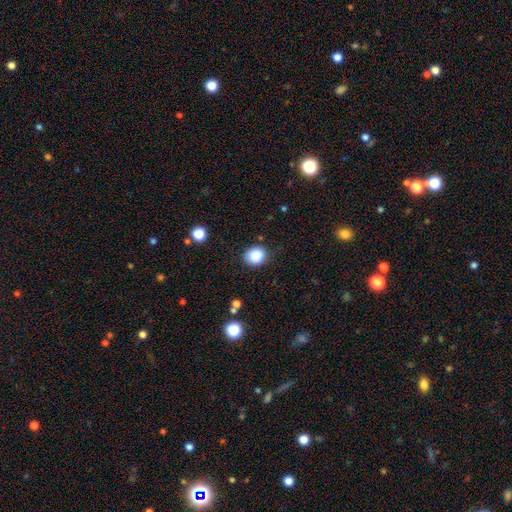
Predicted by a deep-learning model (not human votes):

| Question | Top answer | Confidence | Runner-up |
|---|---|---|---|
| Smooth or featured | smooth | 86% | star or artifact (10%) |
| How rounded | round | 71% | in between (28%) |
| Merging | none | 83% | minor disturbance (12%) |